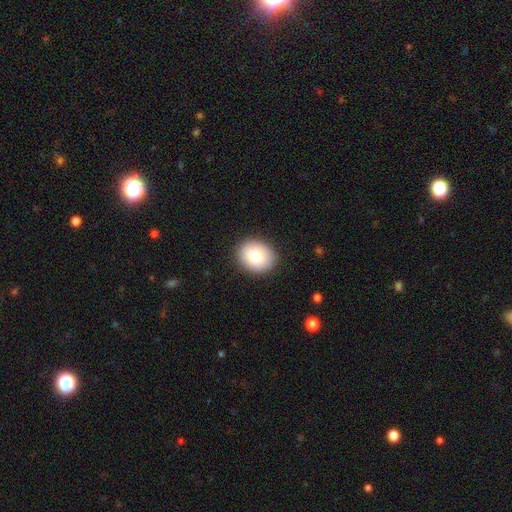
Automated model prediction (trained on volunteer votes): Smooth or featured? smooth (81%)
How rounded? round (54%)
Merging? none (88%)